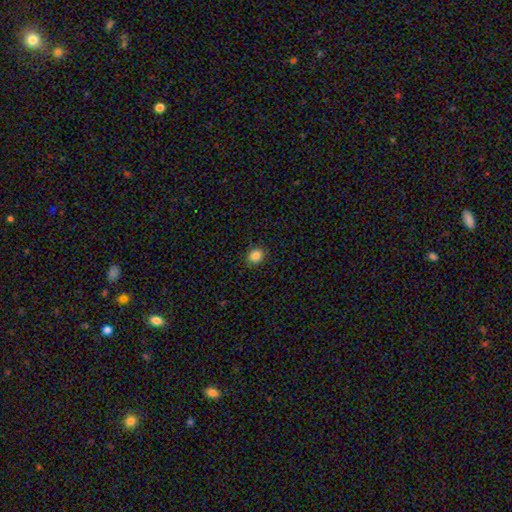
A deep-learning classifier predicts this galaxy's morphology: Overall: smooth (85%). How rounded: round (69%; in between 30%). Merging: none (90%).